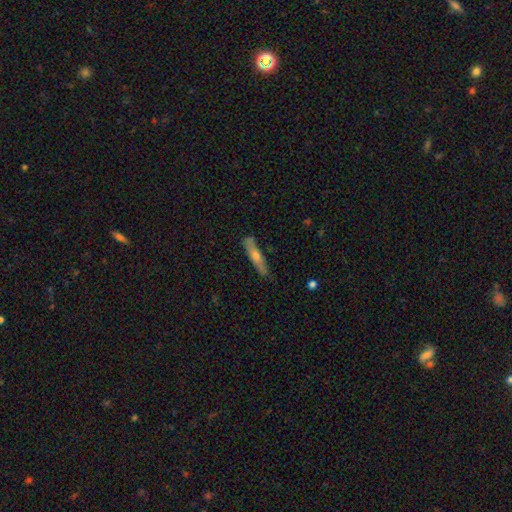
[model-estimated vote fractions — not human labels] Overall: smooth (53%; featured or disk 41%). How rounded: cigar-shaped (89%). Merging: none (83%).